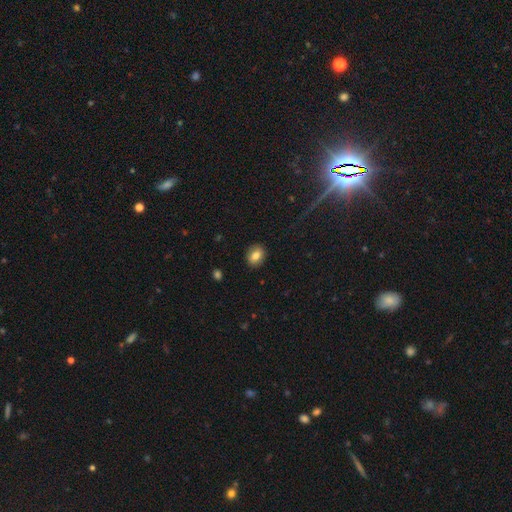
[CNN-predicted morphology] A smooth galaxy with no disk features (82%) that is in between round and cigar-shaped (52%).

Vote fractions:
- Smooth or featured? smooth: 82% / featured or disk: 9% / star or artifact: 9%
- How rounded? in between: 52% / round: 47% / cigar-shaped: 1%
- Merging? none: 89% / minor disturbance: 8% / major disturbance: 2% / merger: 1%